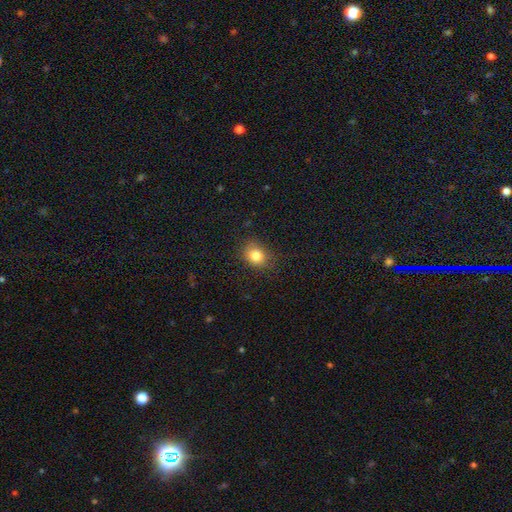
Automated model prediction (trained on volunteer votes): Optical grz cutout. It shows a smooth galaxy with no disk features (82%) that is round (50%). Merging: none (79%).